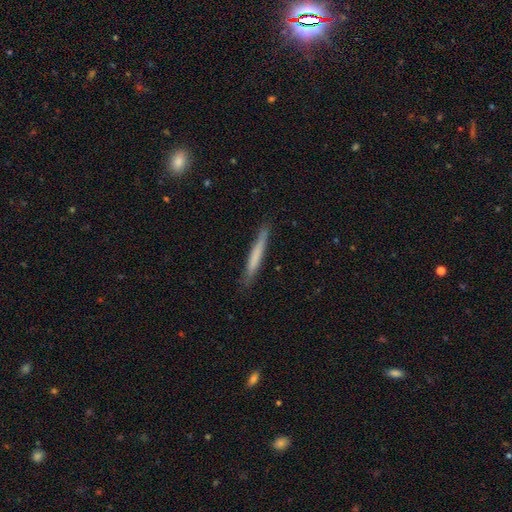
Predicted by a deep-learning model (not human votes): smooth_or_featured: smooth (p=0.66) [alt: featured or disk p=0.29]
how_rounded: cigar-shaped (p=0.96) [alt: in between p=0.02]
merging: none (p=0.86) [alt: minor disturbance p=0.11]